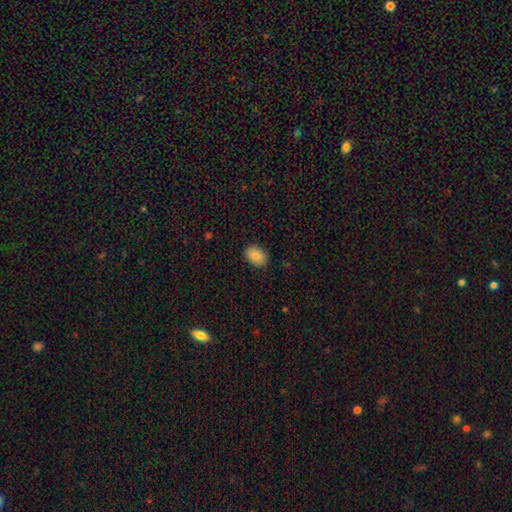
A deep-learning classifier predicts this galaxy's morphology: This is clearly a smooth galaxy (86%). How rounded: likely in between (76%). Merging: clearly none (87%).